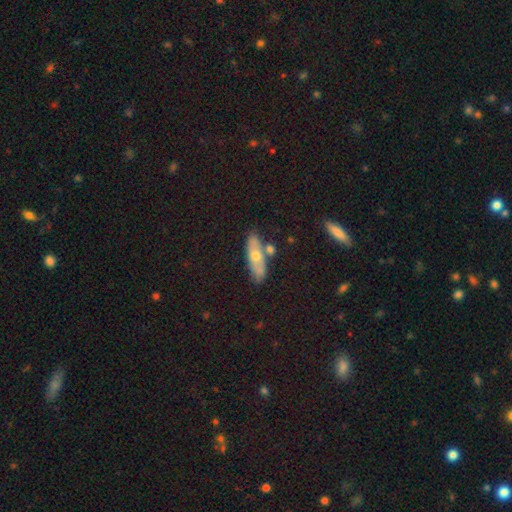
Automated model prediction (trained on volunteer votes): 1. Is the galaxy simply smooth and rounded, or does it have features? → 55% smooth, 37% featured or disk, 8% star or artifact.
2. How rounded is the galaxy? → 50% in between, 47% cigar-shaped, 3% round.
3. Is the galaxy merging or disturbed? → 74% none, 13% minor disturbance, 9% merger, 3% major disturbance.